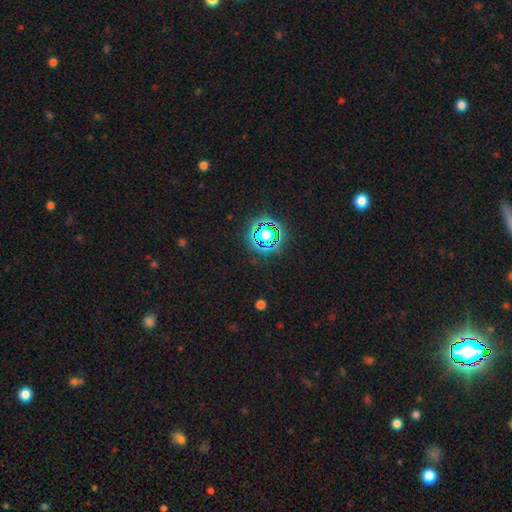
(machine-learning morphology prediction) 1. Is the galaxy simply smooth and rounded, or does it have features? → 76% star or artifact, 17% smooth, 7% featured or disk.